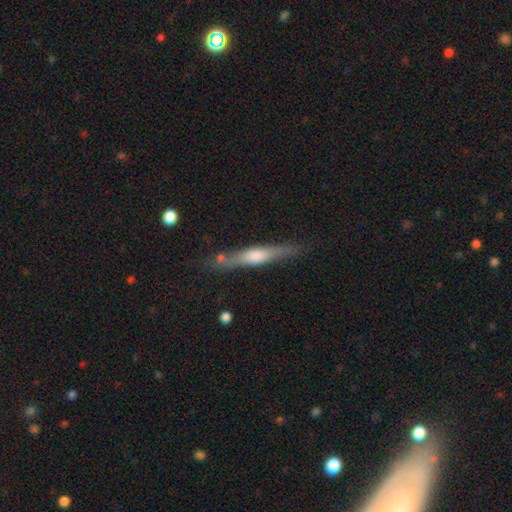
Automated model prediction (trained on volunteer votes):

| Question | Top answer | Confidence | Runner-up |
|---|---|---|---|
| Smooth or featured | featured or disk | 69% | smooth (24%) |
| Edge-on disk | yes | 96% | no (4%) |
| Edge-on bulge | rounded | 71% | boxy (16%) |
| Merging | none | 81% | minor disturbance (13%) |